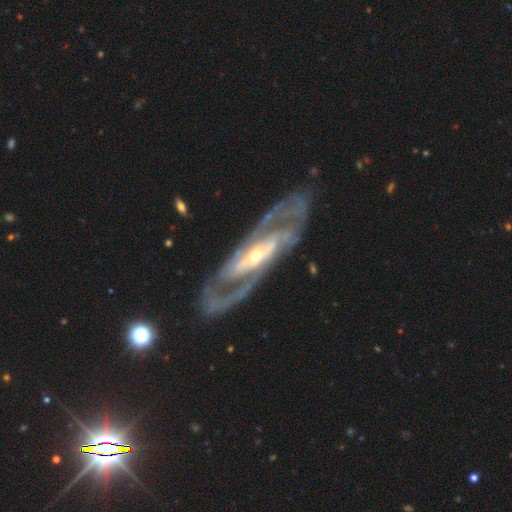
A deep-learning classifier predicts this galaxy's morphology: Q: Smooth or featured?
A: featured or disk (91%); runner-up: smooth (5%)
Q: Edge-on disk?
A: no (91%); runner-up: yes (9%)
Q: Bar?
A: strong (45%); runner-up: weak (29%)
Q: Spiral arms?
A: yes (96%); runner-up: no (4%)
Q: Spiral winding?
A: medium (48%); runner-up: tight (40%)
Q: Spiral arm count?
A: 2 (83%); runner-up: can't tell (7%)
Q: Bulge size?
A: small (59%); runner-up: moderate (36%)
Q: Merging?
A: none (80%); runner-up: minor disturbance (12%)